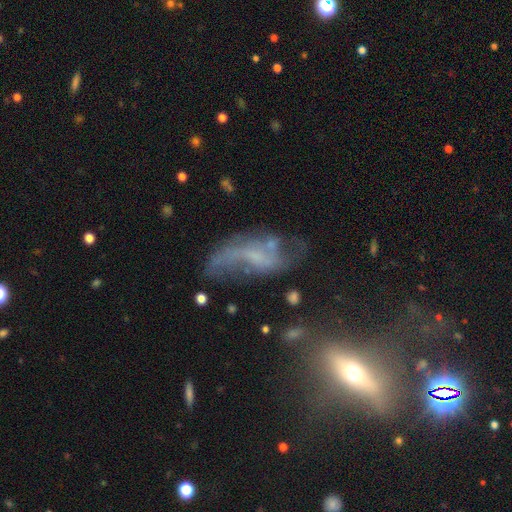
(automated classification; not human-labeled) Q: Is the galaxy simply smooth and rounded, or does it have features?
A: featured or disk — 62%.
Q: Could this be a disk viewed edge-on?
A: no — 91%.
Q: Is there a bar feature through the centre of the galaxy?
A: no — 60%.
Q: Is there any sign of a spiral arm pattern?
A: yes — 60%.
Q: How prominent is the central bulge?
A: none — 57%.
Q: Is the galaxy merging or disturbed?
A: major disturbance — 34%.